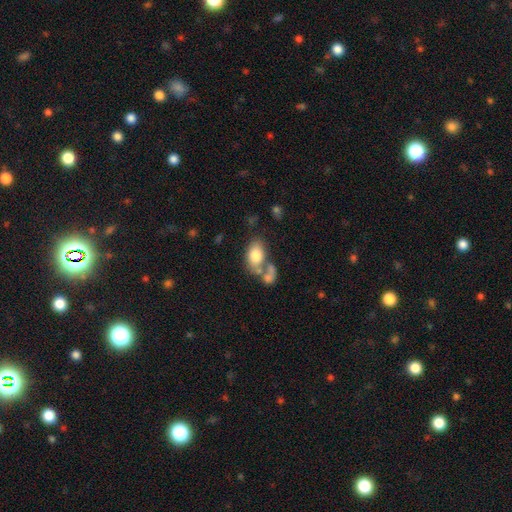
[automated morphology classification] This appears to be a smooth galaxy with no disk features (73%) that is in between round and cigar-shaped (86%). Merging: merger (39%).